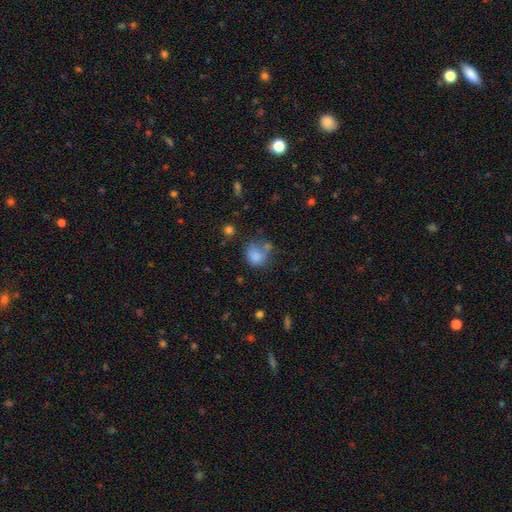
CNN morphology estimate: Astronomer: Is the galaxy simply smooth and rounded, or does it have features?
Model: smooth — 77%.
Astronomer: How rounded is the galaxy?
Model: round — 59% (runner-up: in between, 40%).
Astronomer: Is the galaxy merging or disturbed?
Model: none — 37% (runner-up: minor disturbance, 25%).